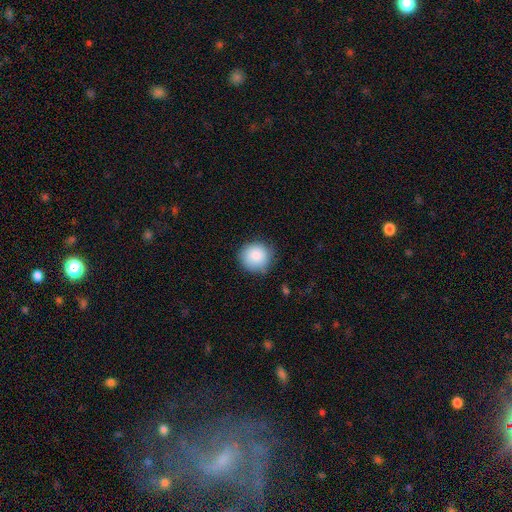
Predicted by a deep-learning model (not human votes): Q: Smooth or featured?
A: smooth (88%); runner-up: star or artifact (8%)
Q: How rounded?
A: round (93%); runner-up: in between (6%)
Q: Merging?
A: none (82%); runner-up: minor disturbance (13%)